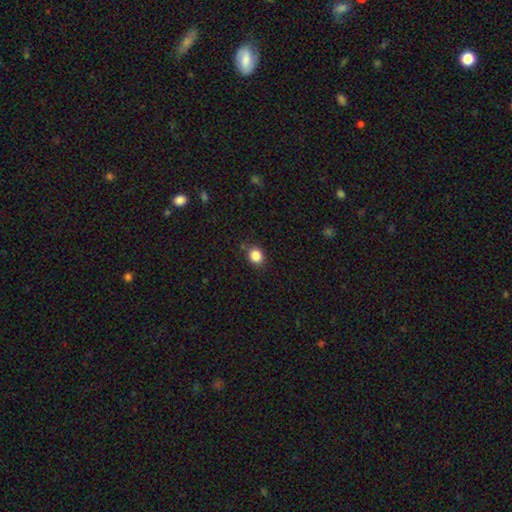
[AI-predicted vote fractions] Smooth or featured: smooth — 85% (star or artifact — 11%)
How rounded: round — 66% (in between — 33%)
Merging: none — 82% (minor disturbance — 13%)